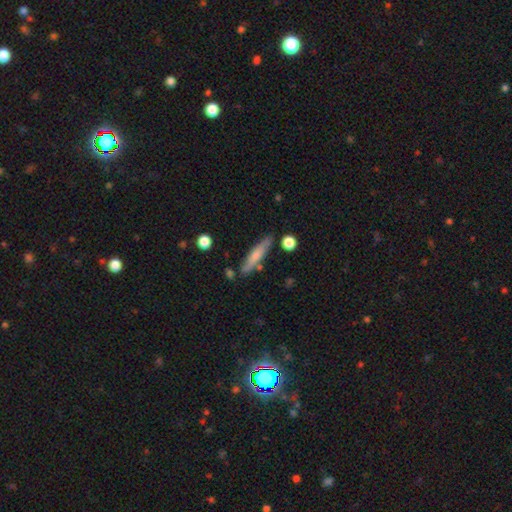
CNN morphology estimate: This appears to be a smooth galaxy with no disk features (62%) that is cigar-shaped (86%). Merging: none (78%).